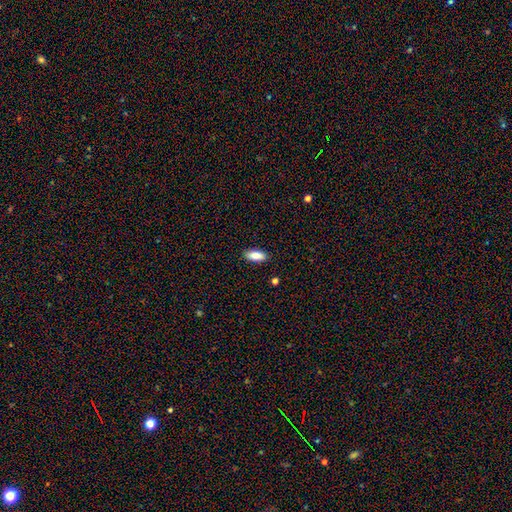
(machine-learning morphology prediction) Smooth or featured? smooth (82%)
How rounded? in between (83%)
Merging? none (90%)